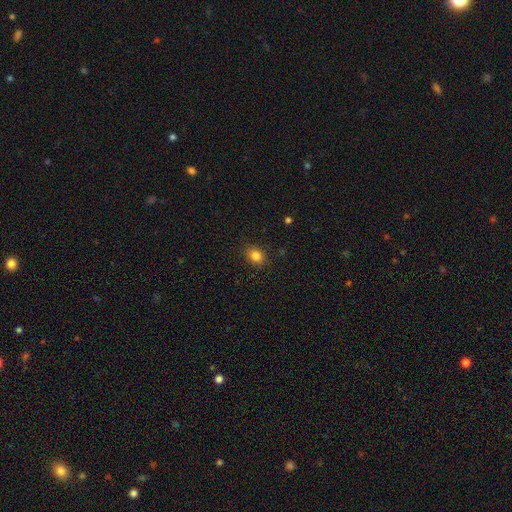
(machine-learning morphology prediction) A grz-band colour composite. It shows a smooth galaxy with no disk features (83%) that is in between round and cigar-shaped (50%). Merging: none (87%).